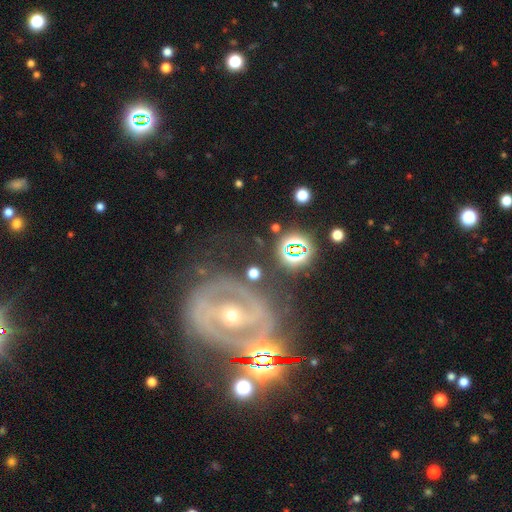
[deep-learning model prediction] smooth-or-featured: featured or disk: 69% | star or artifact: 19% | smooth: 13%
  disk-edge-on: no: 94% | yes: 6%
    bar: no: 38% | strong: 32% | weak: 30%
    has-spiral-arms: yes: 66% | no: 34%
    bulge-size: small: 55% | moderate: 39% | large: 2% | none: 2% | dominant: 1%
  merging: none: 53% | minor disturbance: 17% | major disturbance: 16% | merger: 14%